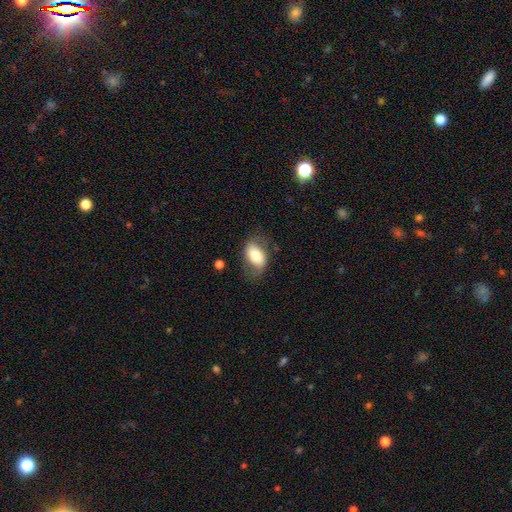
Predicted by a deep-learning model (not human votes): Morphology: type=smooth (64%); roundness=in between (89%); merging=none (61%).